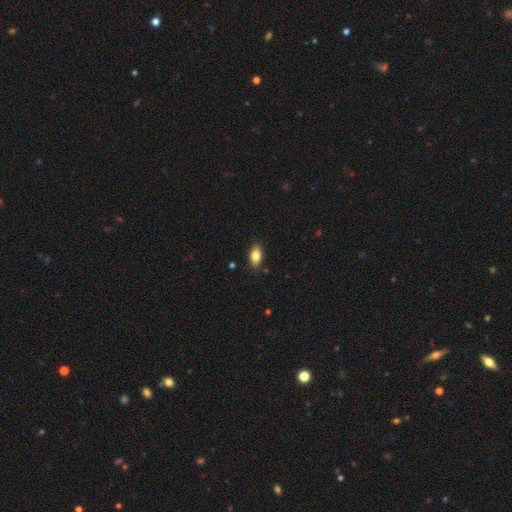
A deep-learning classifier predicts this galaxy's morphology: A smooth galaxy with no disk features (83%) that is in between round and cigar-shaped (90%). Merging: none (87%).